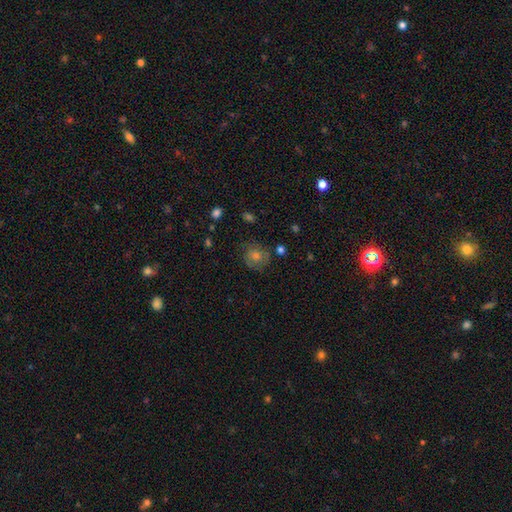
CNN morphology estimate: Smooth or featured: smooth — 43% (featured or disk — 35%)
Merging: none — 77% (minor disturbance — 15%)